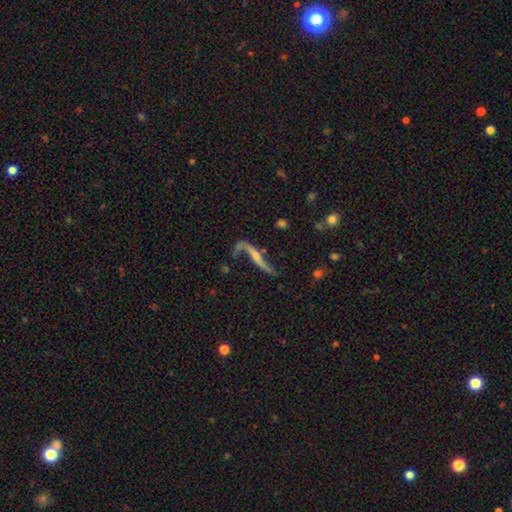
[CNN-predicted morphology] Smooth or featured? Predicted: featured or disk (p=0.80). Edge-on disk? Predicted: no (p=0.62). Merging? Predicted: none (p=0.52).